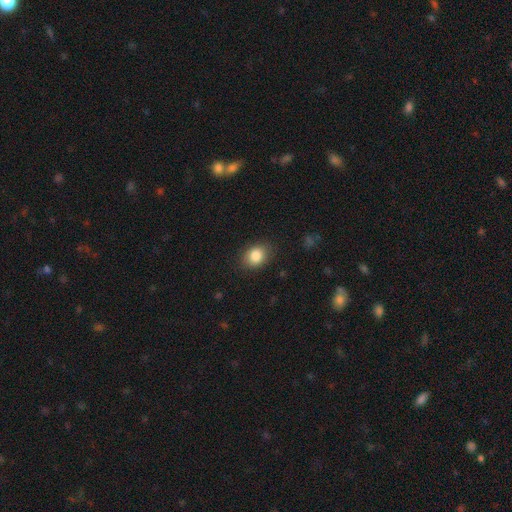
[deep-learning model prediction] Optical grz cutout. It shows a smooth galaxy with no disk features (85%) that is in between round and cigar-shaped (60%). Merging: none (85%).